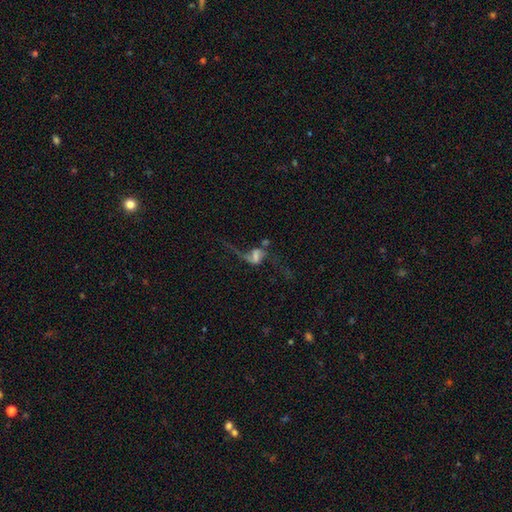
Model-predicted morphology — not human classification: Smooth or featured: featured or disk — 64% (smooth — 23%)
Edge-on disk: no — 94% (yes — 6%)
Bar: no — 36% (tied with weak — 36%)
Spiral arms: yes — 73% (no — 27%)
Bulge size: none — 38% (small — 21%)
Merging: major disturbance — 38% (none — 31%)